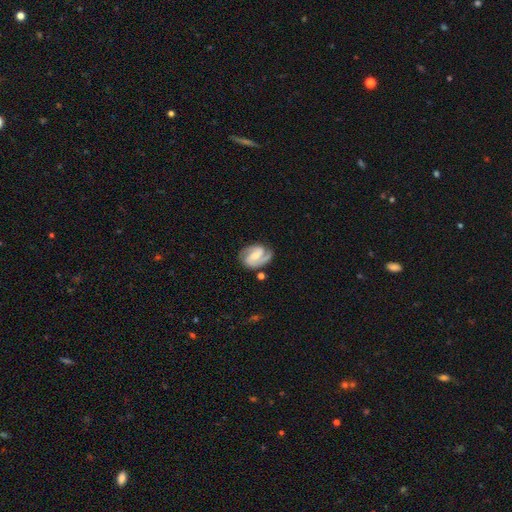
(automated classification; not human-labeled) This appears to be a featured or disk galaxy (86%) with a weak bar (43%), 2 (89%) medium (50%) spiral arms (97%) and a small central bulge (50%). Merging: none (77%).